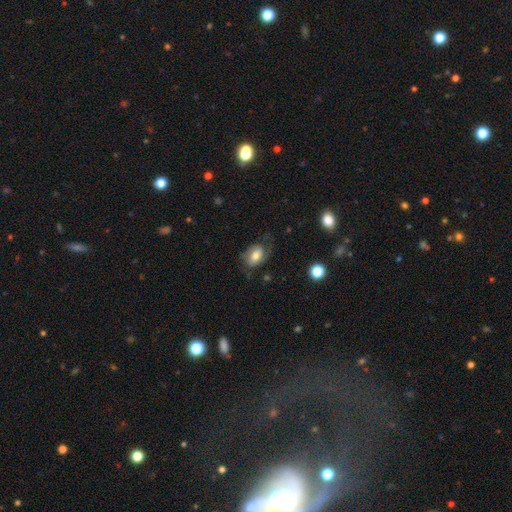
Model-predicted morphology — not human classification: Smooth or featured? Predicted: smooth (p=0.65). How rounded? Predicted: in between (p=0.83). Merging? Predicted: none (p=0.58).